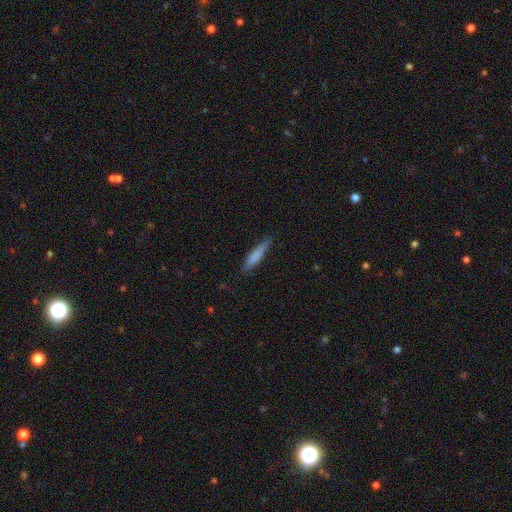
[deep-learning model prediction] Overall: smooth (77%). How rounded: cigar-shaped (85%). Merging: none (80%).